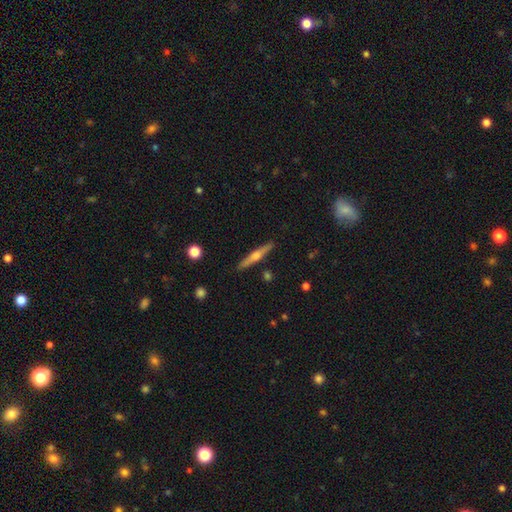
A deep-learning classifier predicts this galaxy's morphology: The model was most divided on "smooth or featured": featured or disk: 69%, smooth: 25%, star or artifact: 6%. More confident: edge-on disk — yes (98%); merging — none (90%); edge-on bulge — rounded (89%).